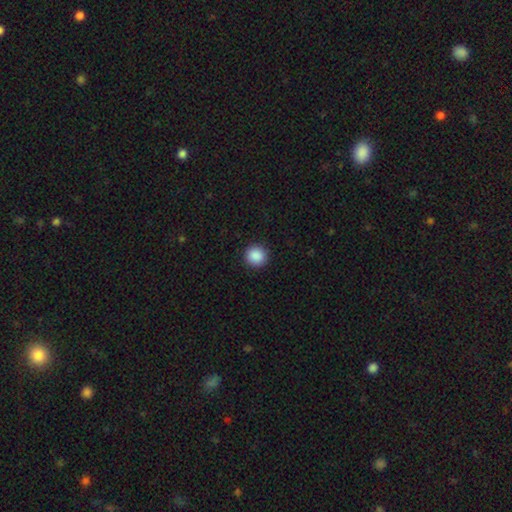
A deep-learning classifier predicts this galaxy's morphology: This appears to be a smooth galaxy with no disk features (89%) that is round (95%). Merging: none (92%).